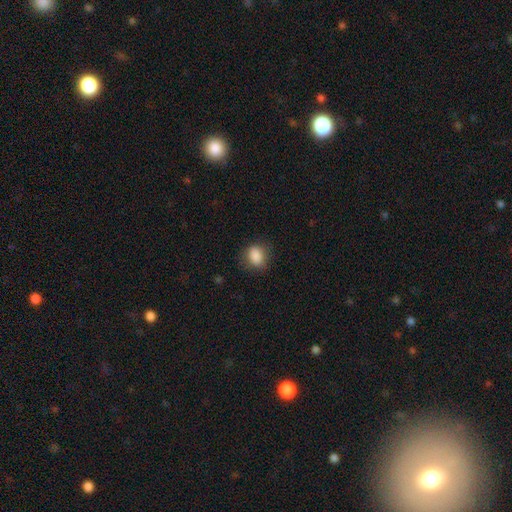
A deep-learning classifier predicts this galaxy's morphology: This is clearly a smooth galaxy (87%). How rounded: possibly in between (58%). Merging: likely none (77%).